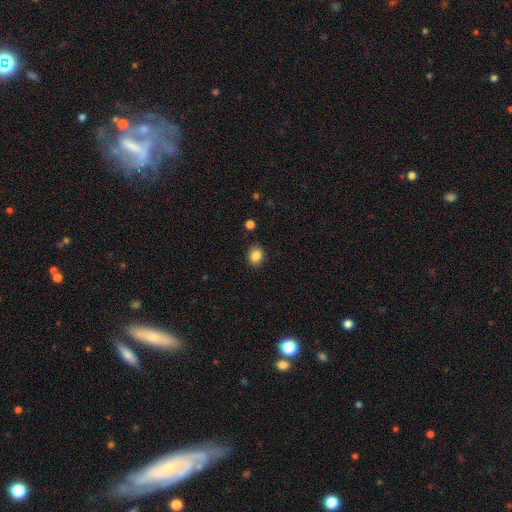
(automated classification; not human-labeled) A smooth galaxy with no disk features (85%) that is round (62%). Merging: none (89%).